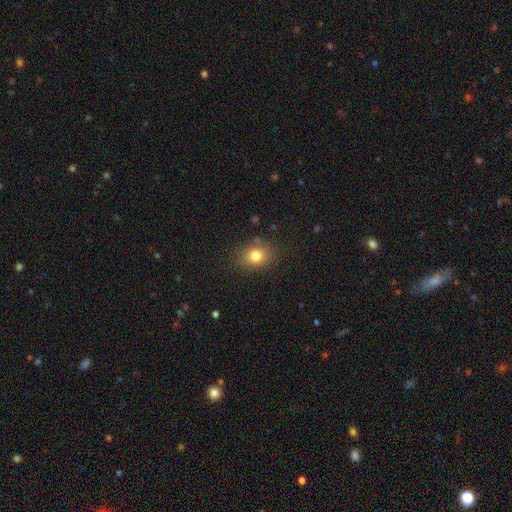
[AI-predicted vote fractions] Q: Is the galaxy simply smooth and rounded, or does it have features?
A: smooth — 79%.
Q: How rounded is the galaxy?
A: round — 51%.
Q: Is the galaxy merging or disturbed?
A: none — 82%.